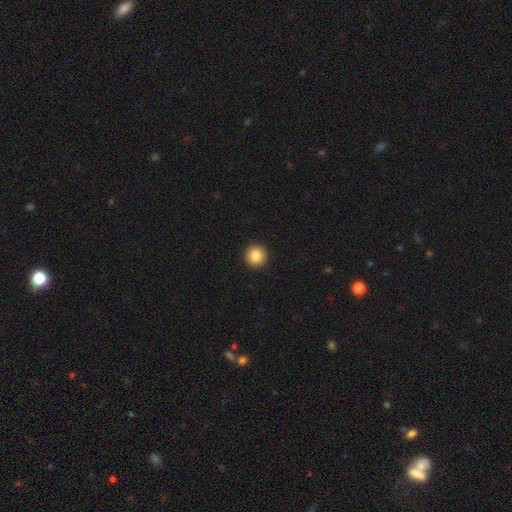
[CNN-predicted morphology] type=smooth (85%); roundness=round (95%); merging=none (94%).